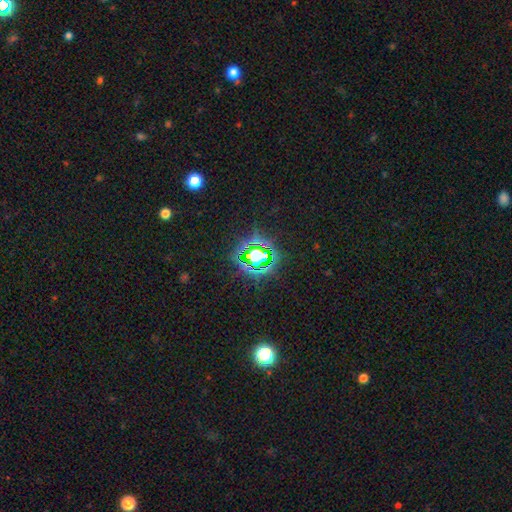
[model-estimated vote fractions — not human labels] Morphology: type=star or artifact (73%).